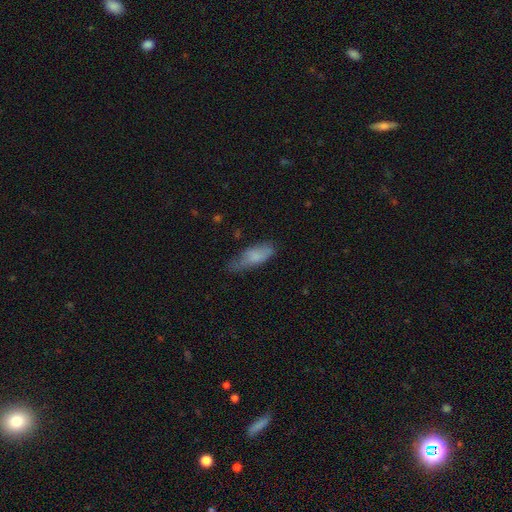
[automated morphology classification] smooth_or_featured: smooth (p=0.73) [alt: featured or disk p=0.20]
how_rounded: in between (p=0.64) [alt: cigar-shaped p=0.34]
merging: none (p=0.48) [alt: minor disturbance p=0.36]